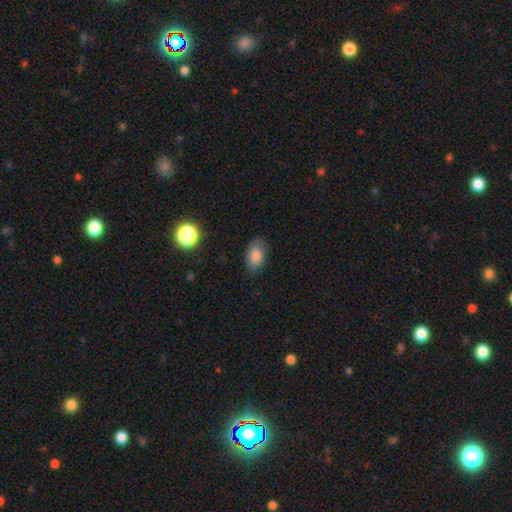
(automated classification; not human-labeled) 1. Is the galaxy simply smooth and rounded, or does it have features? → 80% smooth, 11% featured or disk, 9% star or artifact.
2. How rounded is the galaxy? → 90% in between, 8% round, 2% cigar-shaped.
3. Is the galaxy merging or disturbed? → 77% none, 18% minor disturbance, 4% major disturbance, 1% merger.